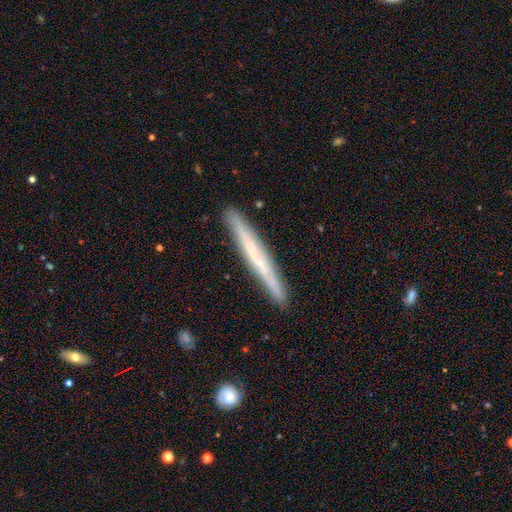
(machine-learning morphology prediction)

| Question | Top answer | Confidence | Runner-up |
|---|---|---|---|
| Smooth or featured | featured or disk | 48% | smooth (46%) |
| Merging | none | 89% | minor disturbance (8%) |